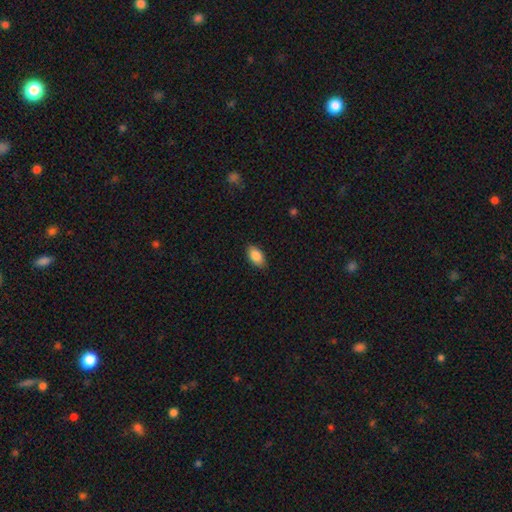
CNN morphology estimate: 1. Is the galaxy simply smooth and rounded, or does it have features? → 87% smooth, 7% star or artifact, 6% featured or disk.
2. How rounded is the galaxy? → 93% in between, 4% round, 3% cigar-shaped.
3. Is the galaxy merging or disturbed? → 87% none, 10% minor disturbance, 2% major disturbance, 1% merger.